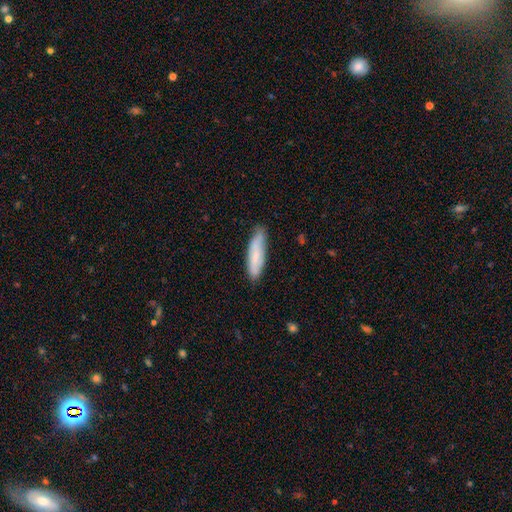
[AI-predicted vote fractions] Smooth or featured? Predicted: smooth (p=0.70). How rounded? Predicted: cigar-shaped (p=0.68). Merging? Predicted: none (p=0.78).